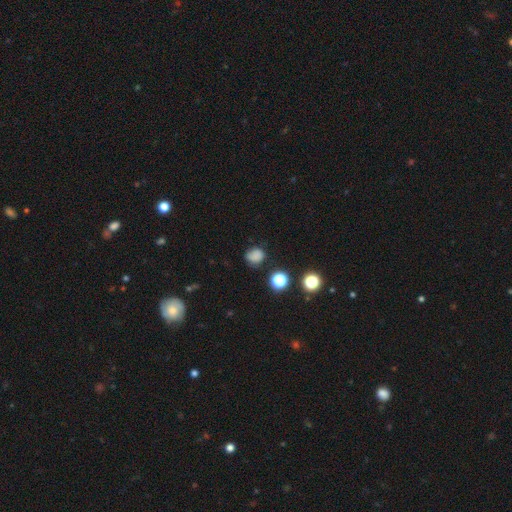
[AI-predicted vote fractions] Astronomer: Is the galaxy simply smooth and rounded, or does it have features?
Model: smooth — 77%.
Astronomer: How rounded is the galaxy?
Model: round — 72%.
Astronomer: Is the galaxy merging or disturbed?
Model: none — 67%.